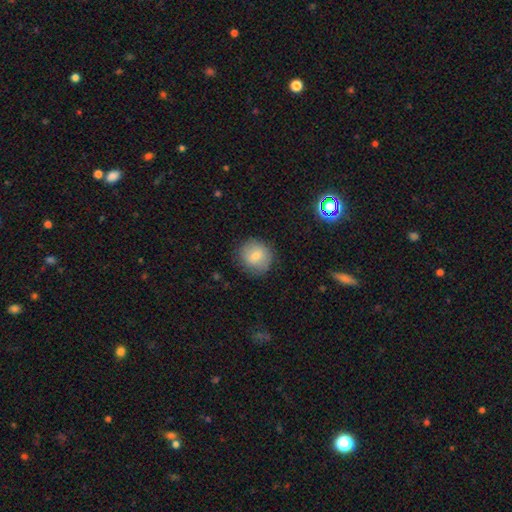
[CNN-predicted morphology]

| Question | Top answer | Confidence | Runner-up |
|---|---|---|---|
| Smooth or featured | smooth | 76% | featured or disk (15%) |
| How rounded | round | 89% | in between (10%) |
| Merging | none | 82% | minor disturbance (13%) |